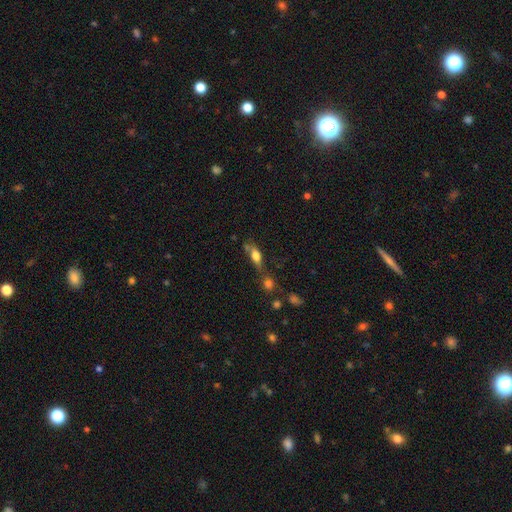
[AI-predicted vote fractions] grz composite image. It shows a smooth galaxy with no disk features (63%) that is in between round and cigar-shaped (65%). Merging: none (42%).